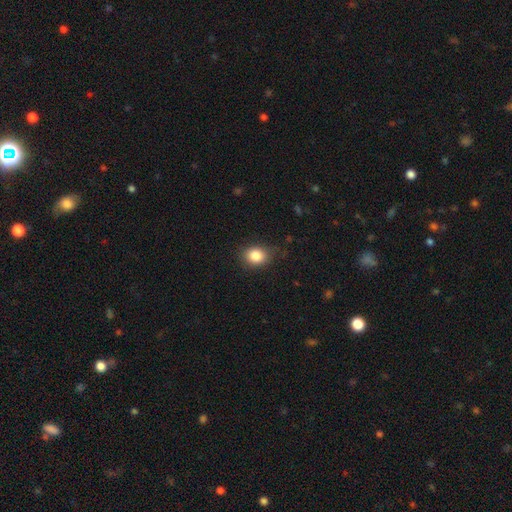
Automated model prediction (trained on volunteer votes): The model was most divided on "how rounded": round: 57%, in between: 42%, cigar-shaped: 1%. More confident: smooth or featured — smooth (84%); merging — none (75%).